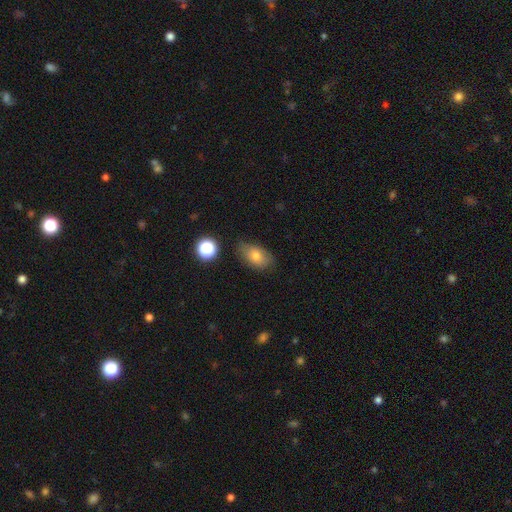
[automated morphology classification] Smooth or featured: smooth — 76% (featured or disk — 13%)
How rounded: in between — 86% (round — 12%)
Merging: none — 72% (minor disturbance — 21%)